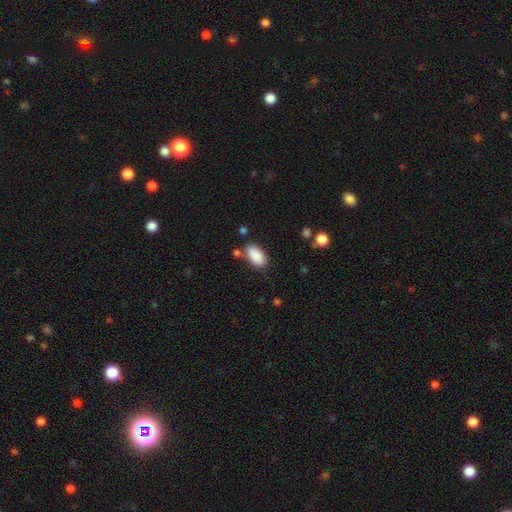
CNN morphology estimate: This appears to be a smooth galaxy with no disk features (89%) that is in between round and cigar-shaped (94%). Merging: none (74%).